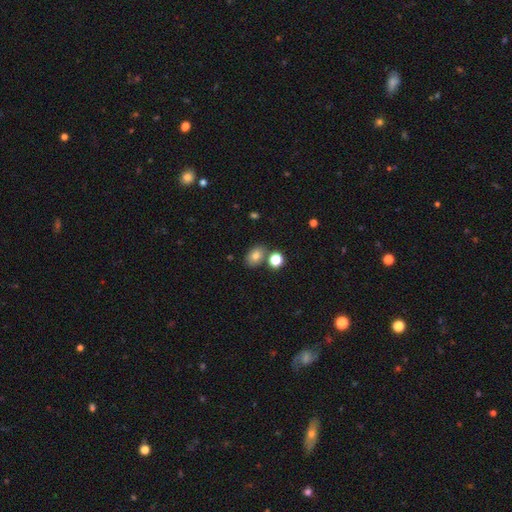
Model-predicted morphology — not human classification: smooth 77%, star or artifact 12%, featured or disk 10%. Down the decision tree: how rounded — in between (70%); merging — none (71%).